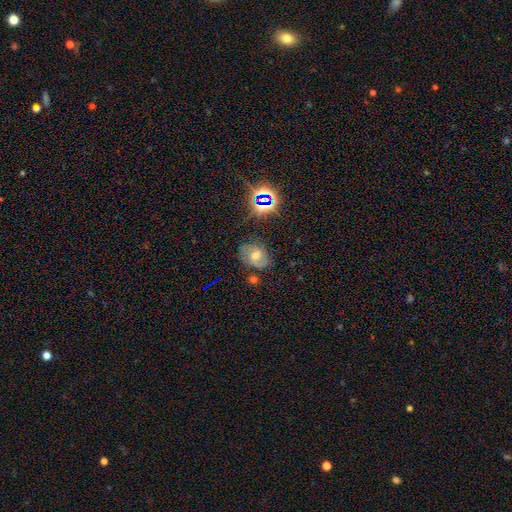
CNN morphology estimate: Smooth or featured: featured or disk — 53% (smooth — 27%)
Edge-on disk: no — 96% (yes — 4%)
Bar: no — 46% (weak — 41%)
Spiral arms: yes — 81% (no — 19%)
Bulge size: moderate — 67% (small — 20%)
Merging: none — 70% (minor disturbance — 20%)